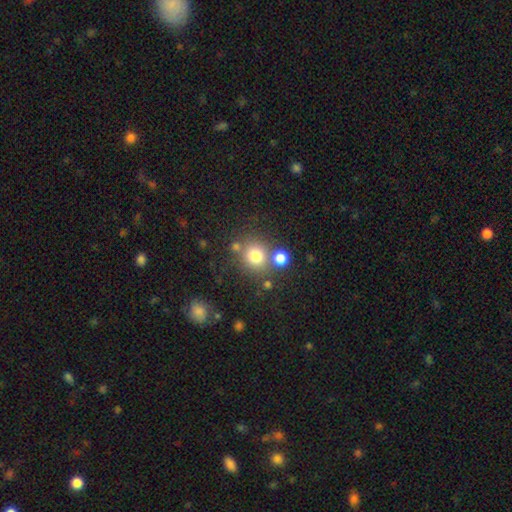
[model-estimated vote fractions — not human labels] Overall: smooth (76%). How rounded: round (87%). Merging: none (70%).